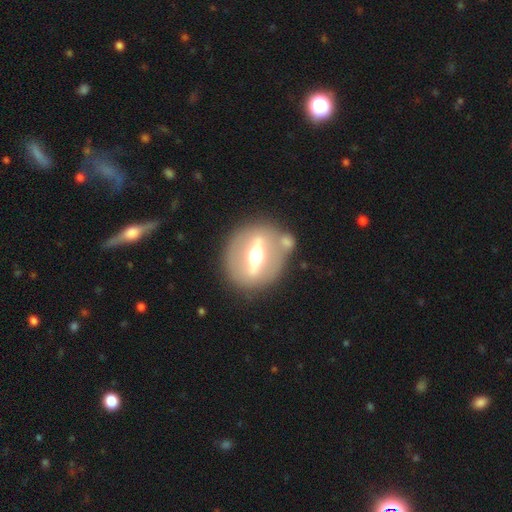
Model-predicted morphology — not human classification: Smooth or featured? Predicted: featured or disk (p=0.75). Edge-on disk? Predicted: no (p=0.58). Merging? Predicted: none (p=0.74).